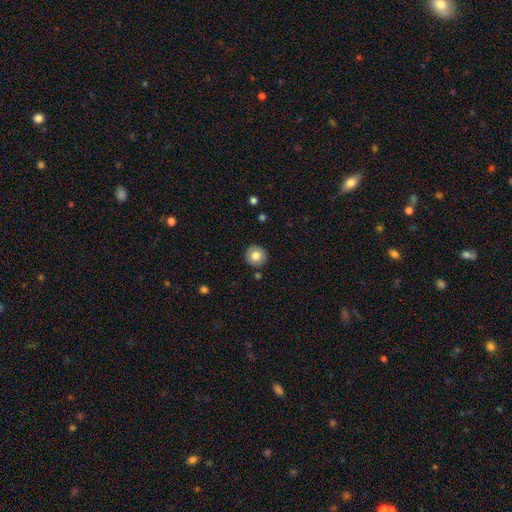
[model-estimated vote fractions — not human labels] smooth_or_featured: smooth (p=0.79) [alt: featured or disk p=0.12]
how_rounded: round (p=0.92) [alt: in between p=0.07]
merging: none (p=0.90) [alt: minor disturbance p=0.07]